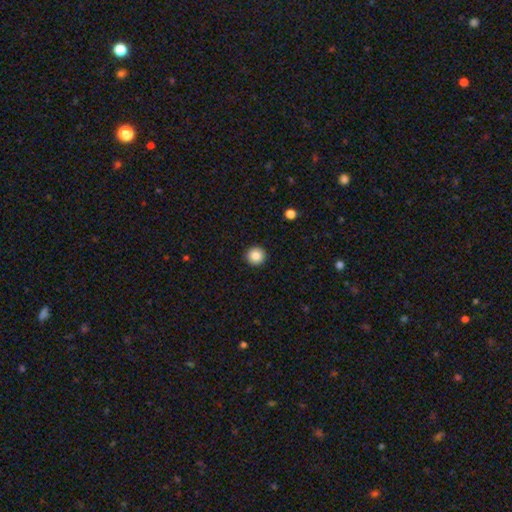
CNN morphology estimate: smooth-or-featured: smooth: 86% | star or artifact: 9% | featured or disk: 4%
  how-rounded: round: 95% | in between: 4% | cigar-shaped: 1%
  merging: none: 93% | minor disturbance: 4% | major disturbance: 1% | merger: 1%